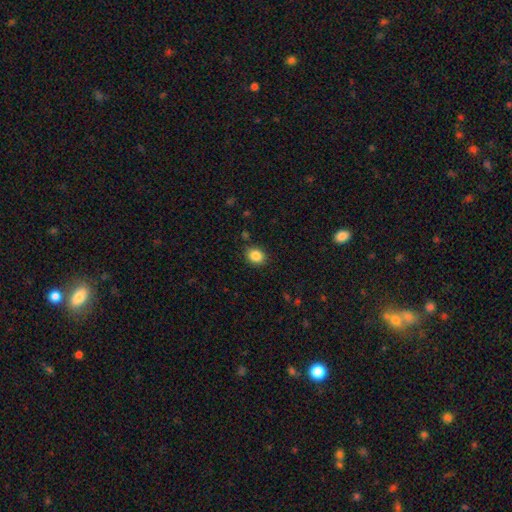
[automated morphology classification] This appears to be a smooth galaxy with no disk features (86%) that is round (53%). Merging: none (87%).